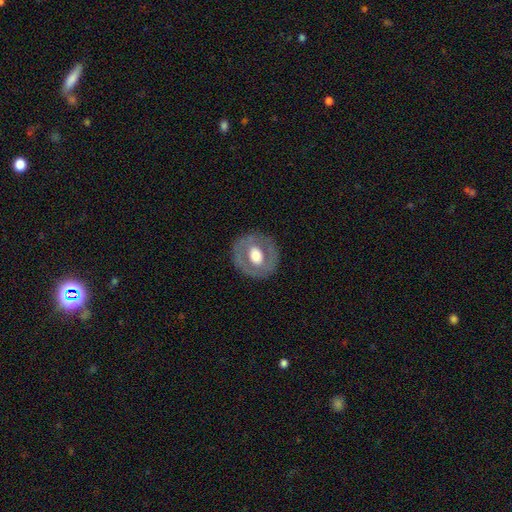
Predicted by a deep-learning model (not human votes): Morphology: type=featured or disk (51%); edge-on=no (95%); merging=none (82%).